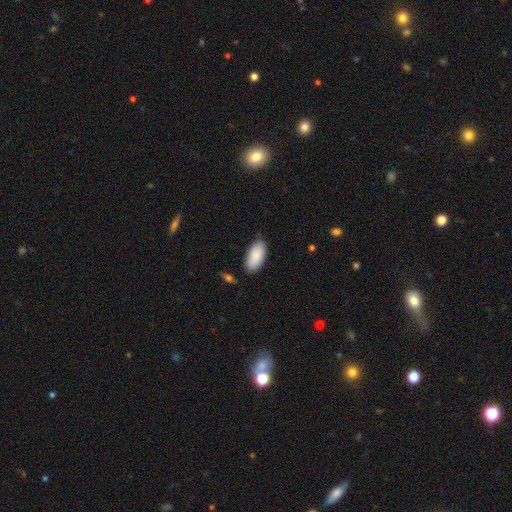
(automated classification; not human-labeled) smooth-or-featured: smooth: 90% | star or artifact: 6% | featured or disk: 4%
  how-rounded: in between: 93% | cigar-shaped: 5% | round: 2%
  merging: none: 84% | minor disturbance: 12% | major disturbance: 2% | merger: 2%